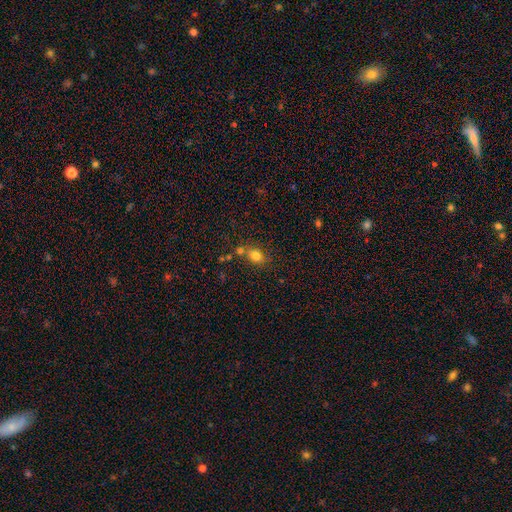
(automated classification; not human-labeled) A smooth galaxy with no disk features (79%) that is in between round and cigar-shaped (55%). Merging: none (64%).